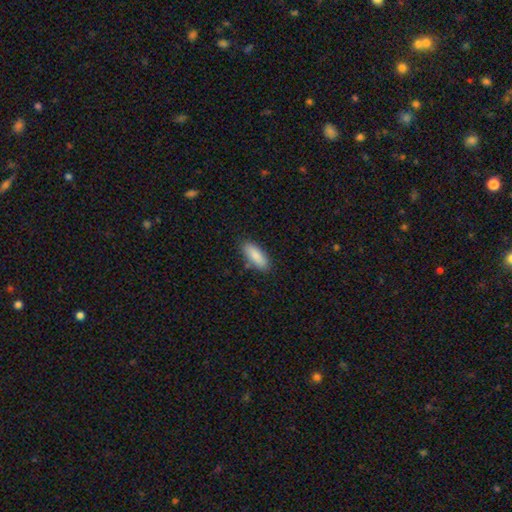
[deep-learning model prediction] This appears to be a smooth galaxy with no disk features (87%) that is in between round and cigar-shaped (70%). Merging: none (83%).